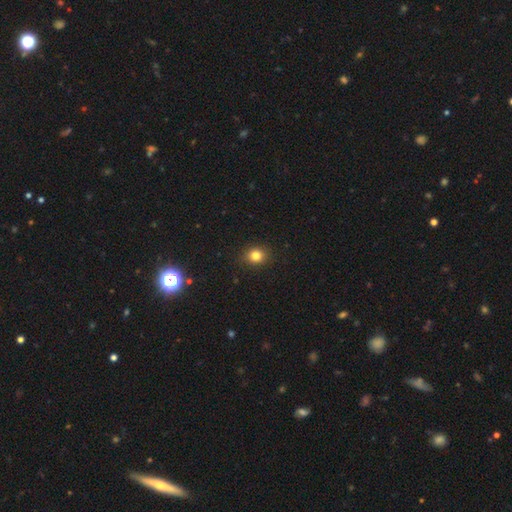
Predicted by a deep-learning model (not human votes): This appears to be a smooth galaxy with no disk features (82%) that is round (74%). Merging: none (90%).